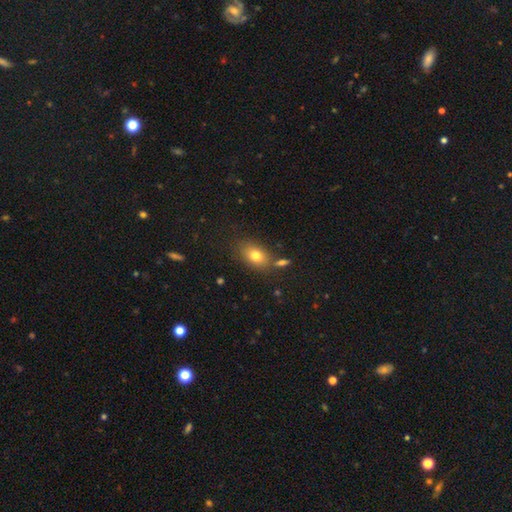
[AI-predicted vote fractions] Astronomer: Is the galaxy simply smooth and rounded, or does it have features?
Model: smooth — 78%.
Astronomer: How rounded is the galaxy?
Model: in between — 81%.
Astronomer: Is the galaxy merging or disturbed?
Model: none — 74%.